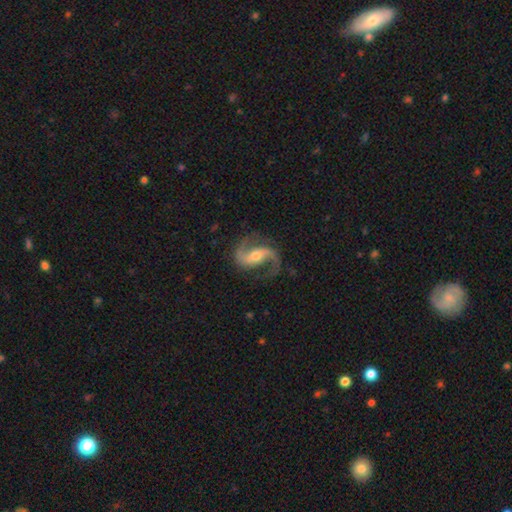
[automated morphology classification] smooth_or_featured: featured or disk (p=0.92) [alt: star or artifact p=0.04]
disk_edge_on: no (p=0.98) [alt: yes p=0.02]
bar: weak (p=0.40) [alt: strong p=0.34]
has_spiral_arms: yes (p=0.98) [alt: no p=0.02]
spiral_winding: medium (p=0.46) [alt: loose p=0.45]
spiral_arm_count: 2 (p=0.93) [alt: 1 p=0.03]
bulge_size: moderate (p=0.56) [alt: small p=0.37]
merging: none (p=0.78) [alt: minor disturbance p=0.13]